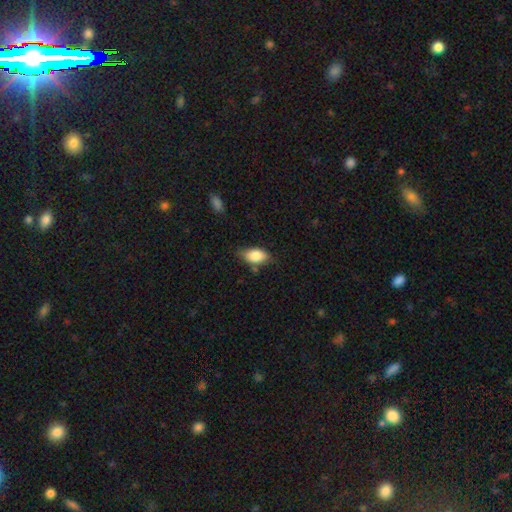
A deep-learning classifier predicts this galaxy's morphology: This is clearly a smooth galaxy (83%). How rounded: clearly in between (90%). Merging: likely none (70%).